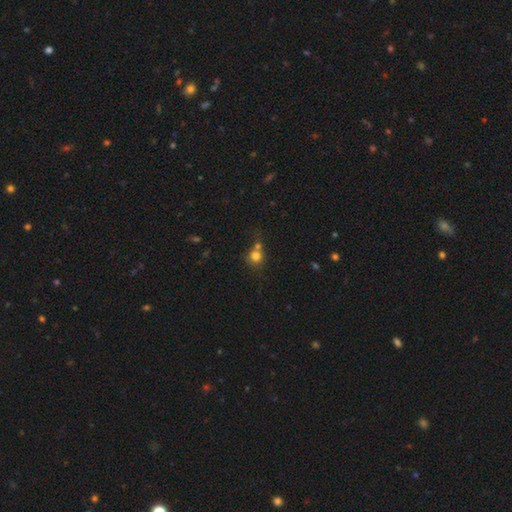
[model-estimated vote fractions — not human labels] Morphology: type=smooth (78%); roundness=round (87%); merging=none (47%).